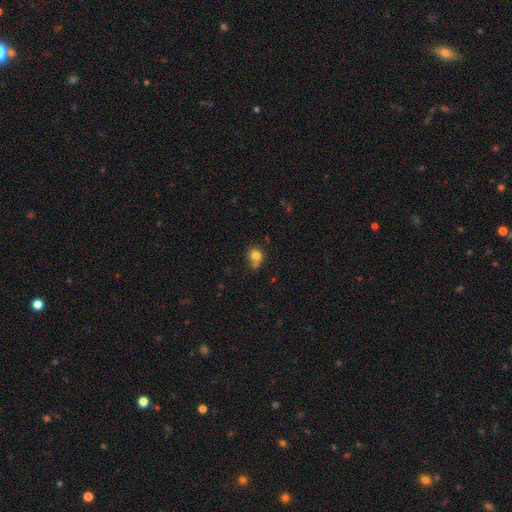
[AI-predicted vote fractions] smooth-or-featured: smooth: 80% | star or artifact: 11% | featured or disk: 9%
  how-rounded: round: 76% | in between: 23% | cigar-shaped: 1%
  merging: none: 54% | minor disturbance: 24% | merger: 15% | major disturbance: 7%